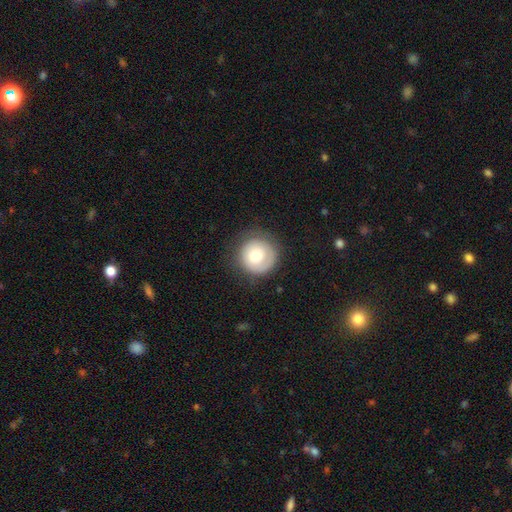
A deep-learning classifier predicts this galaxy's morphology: Smooth or featured? Predicted: smooth (p=0.71). How rounded? Predicted: round (p=0.95). Merging? Predicted: none (p=0.77).